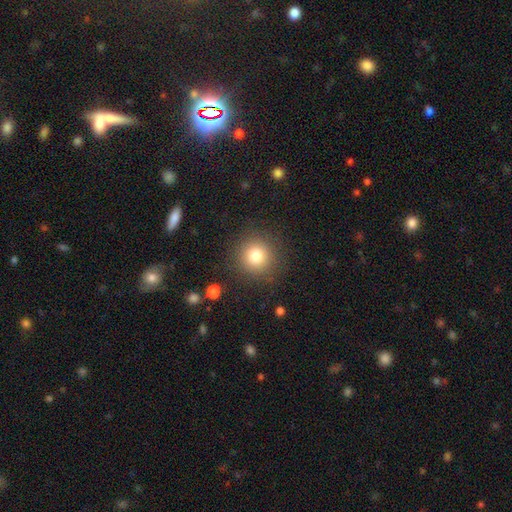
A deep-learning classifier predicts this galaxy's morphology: Smooth or featured? smooth (80%)
How rounded? round (94%)
Merging? none (87%)